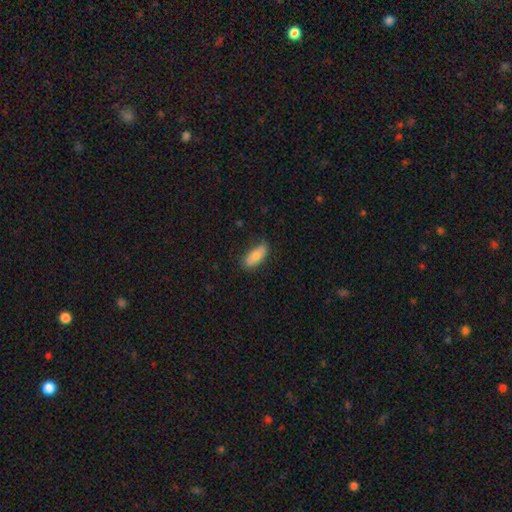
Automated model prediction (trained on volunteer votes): This appears to be a smooth galaxy with no disk features (80%) that is in between round and cigar-shaped (80%). Merging: none (73%).